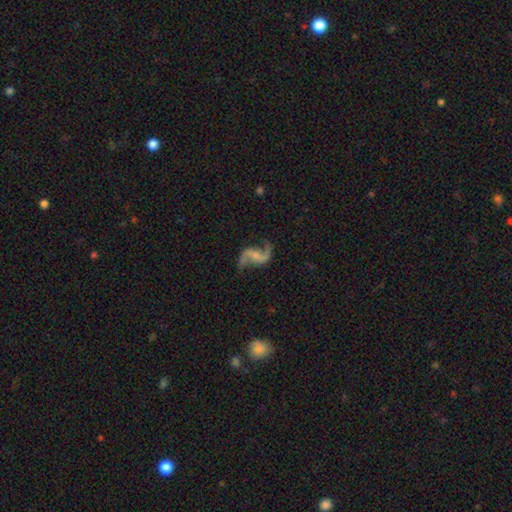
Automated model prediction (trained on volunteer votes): A featured or disk galaxy (90%) with a weak bar (43%), 2 (94%) loose (82%) spiral arms (97%) and a small central bulge (45%).

Vote fractions:
- Smooth or featured? featured or disk: 90% / star or artifact: 5% / smooth: 5%
- Edge-on disk? no: 98% / yes: 2%
- Bar? weak: 43% / no: 40% / strong: 17%
- Spiral arms? yes: 97% / no: 3%
- Spiral winding? loose: 82% / medium: 15% / tight: 3%
- Spiral arm count? 2: 94% / 1: 2% / can't tell: 1% / 3: 1% / 4: 1% / more than 4: 1%
- Bulge size? small: 45% / none: 31% / moderate: 20% / large: 3% / dominant: 1%
- Merging? none: 77% / minor disturbance: 14% / major disturbance: 8% / merger: 2%